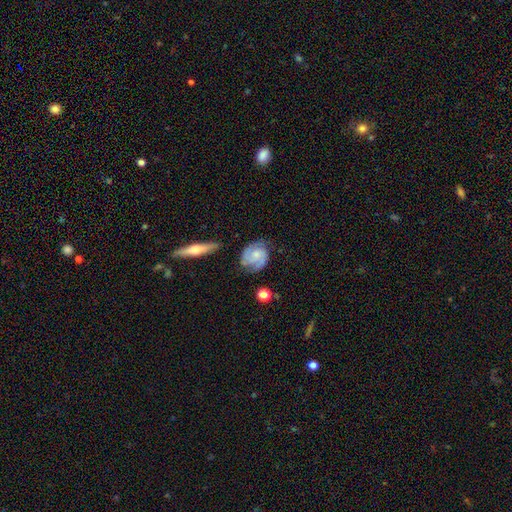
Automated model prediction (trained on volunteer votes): The model was most divided on "spiral winding": tight: 49%, medium: 40%, loose: 10%. Remaining: edge-on disk — no (97%); spiral arms — yes (96%); smooth or featured — featured or disk (79%); spiral arm count — 2 (75%); merging — none (70%); bar — no (67%); bulge size — small (46%).